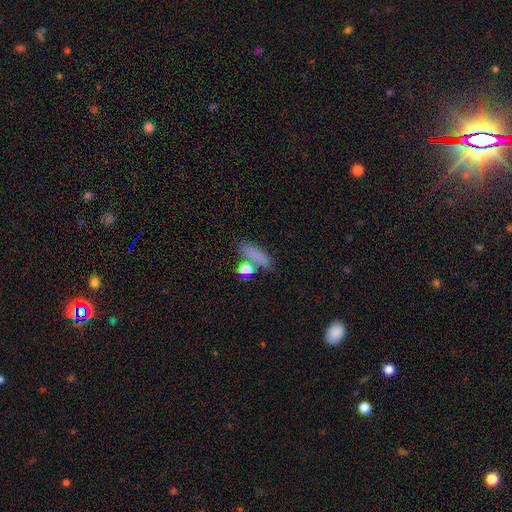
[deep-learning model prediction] This is likely a smooth galaxy (78%). How rounded: possibly cigar-shaped (46%). Merging: likely none (63%).